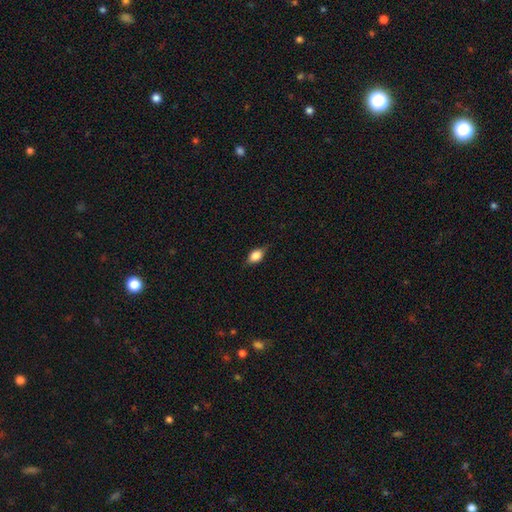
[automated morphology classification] Smooth or featured? Predicted: smooth (p=0.78). How rounded? Predicted: in between (p=0.80). Merging? Predicted: none (p=0.77).